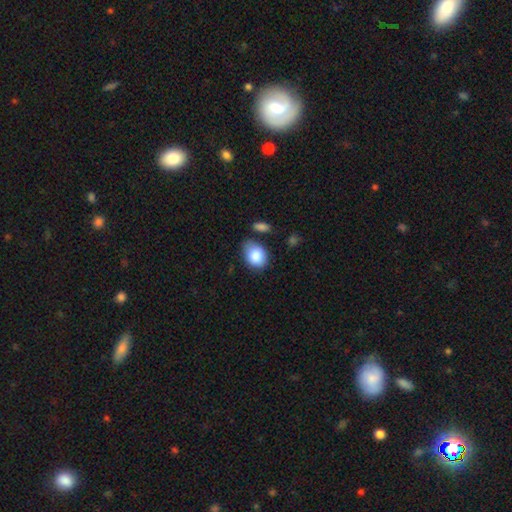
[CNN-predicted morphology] This appears to be a smooth galaxy with no disk features (86%) that is in between round and cigar-shaped (73%). Merging: none (61%).